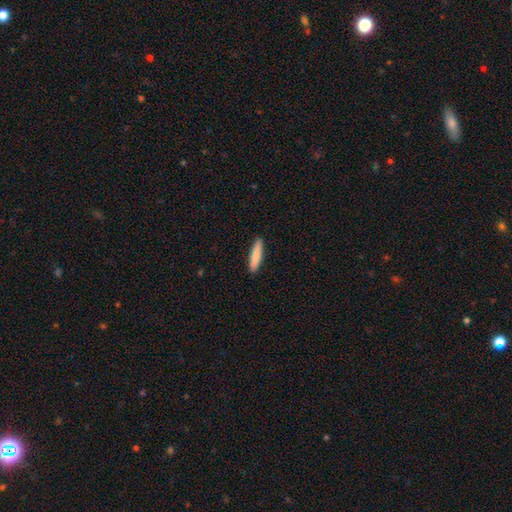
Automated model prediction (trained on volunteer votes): Smooth or featured? smooth (86%)
How rounded? cigar-shaped (87%)
Merging? none (91%)